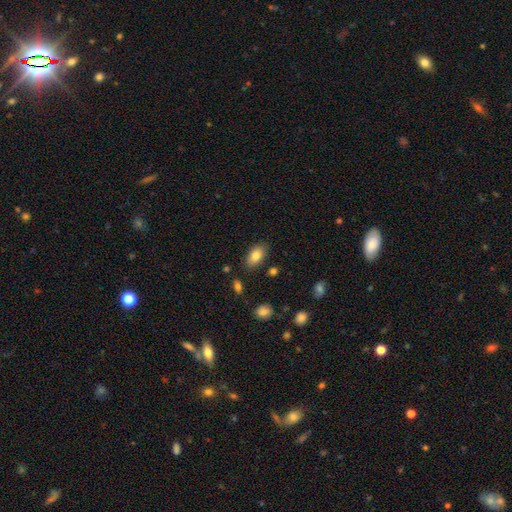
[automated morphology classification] Smooth or featured?
  - smooth: 81% *
  - featured or disk: 11%
  - star or artifact: 7%
How rounded?
  - in between: 92% *
  - round: 4%
  - cigar-shaped: 3%
Merging?
  - none: 84% *
  - minor disturbance: 11%
  - major disturbance: 2%
  - merger: 2%